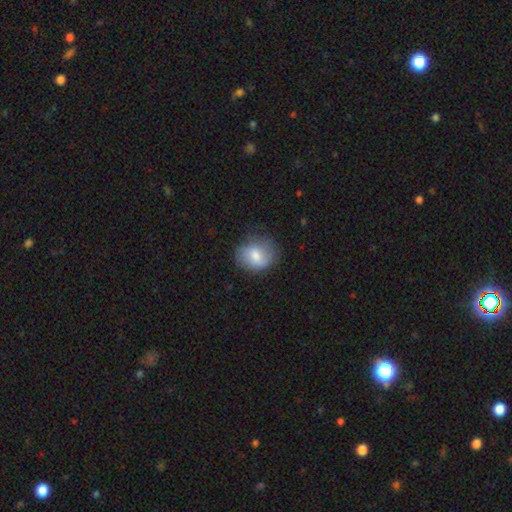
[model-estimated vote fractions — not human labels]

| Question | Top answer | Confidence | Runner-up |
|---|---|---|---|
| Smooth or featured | smooth | 69% | featured or disk (23%) |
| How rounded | round | 64% | in between (34%) |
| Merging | none | 72% | minor disturbance (20%) |